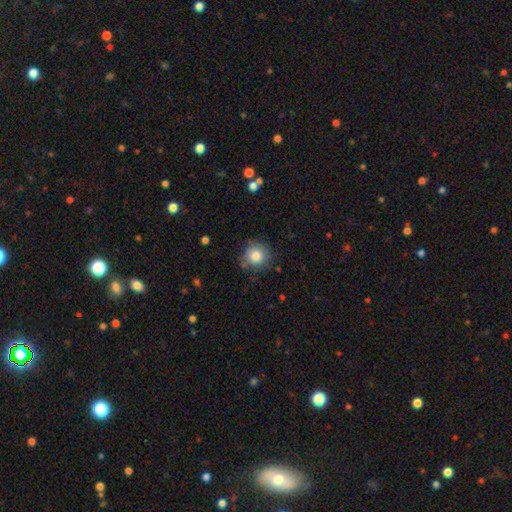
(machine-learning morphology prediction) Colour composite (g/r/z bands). It shows a smooth galaxy with no disk features (82%) that is round (92%). Merging: none (77%).